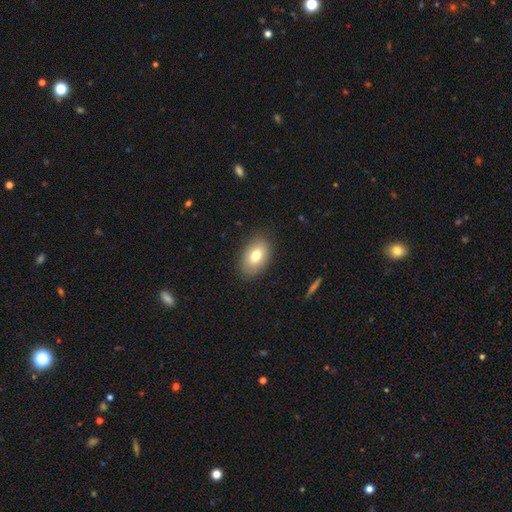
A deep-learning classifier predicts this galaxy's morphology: A smooth galaxy with no disk features (78%) that is in between round and cigar-shaped (89%). Merging: none (86%).